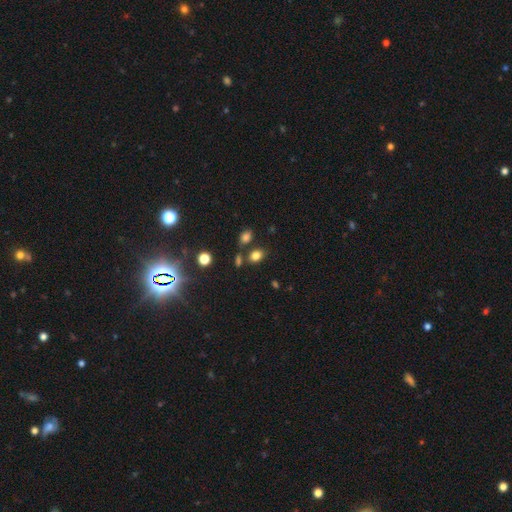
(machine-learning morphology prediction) This is likely a smooth galaxy (78%). How rounded: likely in between (69%). Merging: likely none (70%).